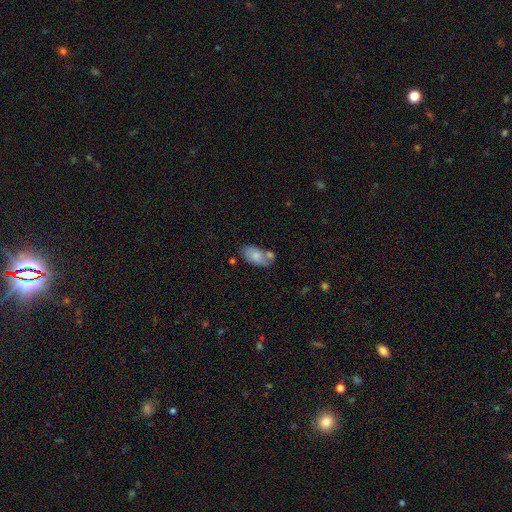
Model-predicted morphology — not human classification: Smooth or featured? smooth (73%)
How rounded? in between (93%)
Merging? none (47%)